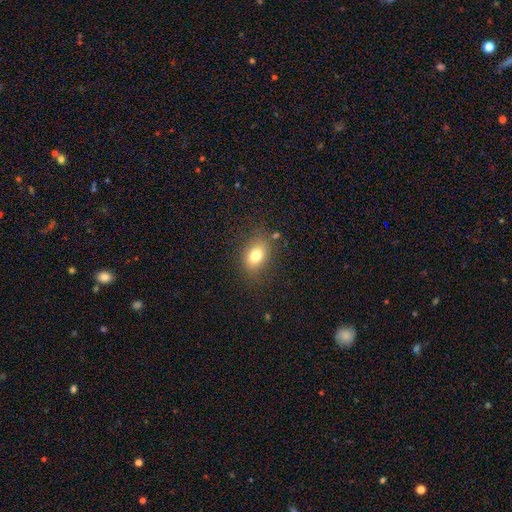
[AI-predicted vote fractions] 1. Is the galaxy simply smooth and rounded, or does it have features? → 77% smooth, 12% featured or disk, 11% star or artifact.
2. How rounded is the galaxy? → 73% in between, 25% round, 2% cigar-shaped.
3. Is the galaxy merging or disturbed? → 80% none, 13% minor disturbance, 4% major disturbance, 2% merger.